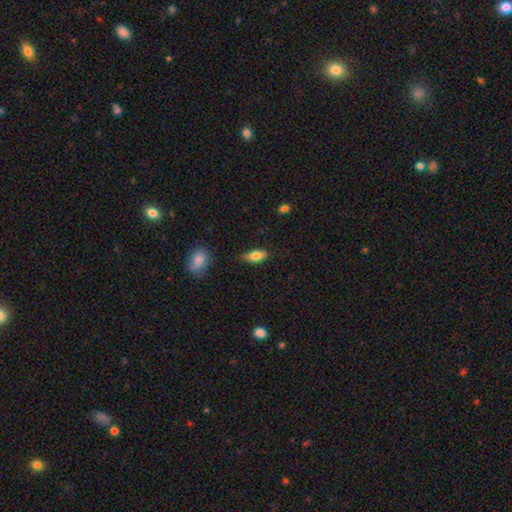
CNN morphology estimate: smooth 78%, featured or disk 15%, star or artifact 7%. Down the decision tree: how rounded — in between (83%); merging — none (75%).